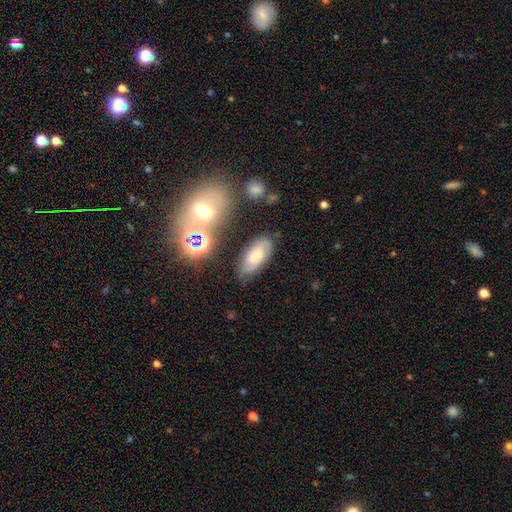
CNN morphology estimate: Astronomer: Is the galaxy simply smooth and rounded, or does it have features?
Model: smooth — 52% (runner-up: featured or disk, 37%).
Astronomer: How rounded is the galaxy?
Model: in between — 87%.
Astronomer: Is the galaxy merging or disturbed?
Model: none — 73%.